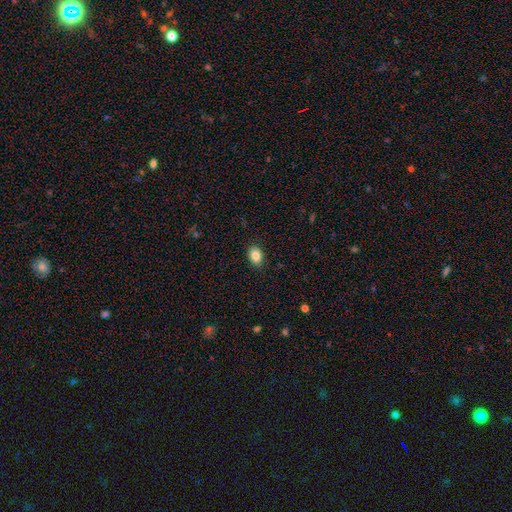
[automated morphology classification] Smooth or featured: smooth — 86% (star or artifact — 8%)
How rounded: in between — 78% (round — 20%)
Merging: none — 88% (minor disturbance — 9%)